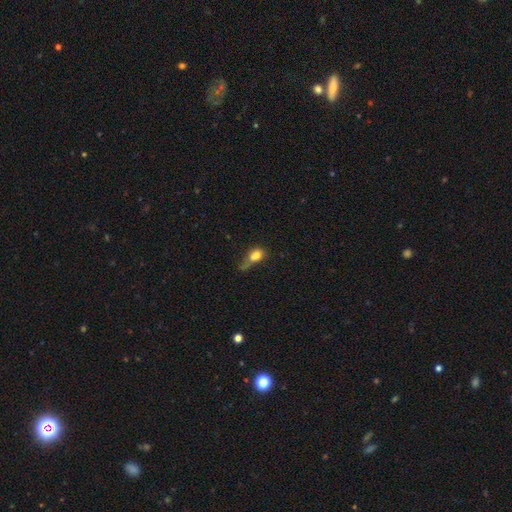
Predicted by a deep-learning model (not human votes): Morphology: type=smooth (75%); roundness=in between (68%); merging=major disturbance (32%).